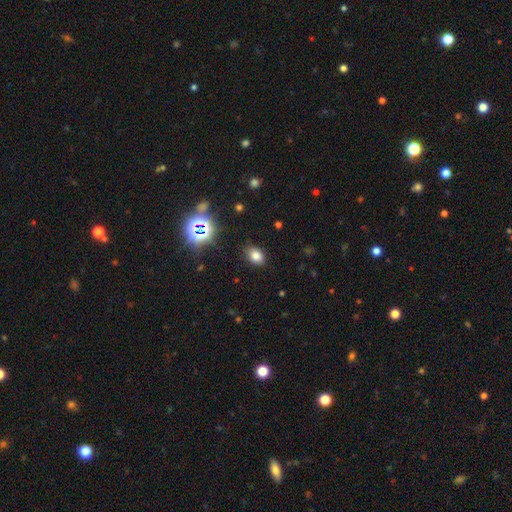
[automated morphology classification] Q: Smooth or featured?
A: smooth (77%); runner-up: star or artifact (17%)
Q: How rounded?
A: in between (76%); runner-up: round (23%)
Q: Merging?
A: none (86%); runner-up: minor disturbance (10%)